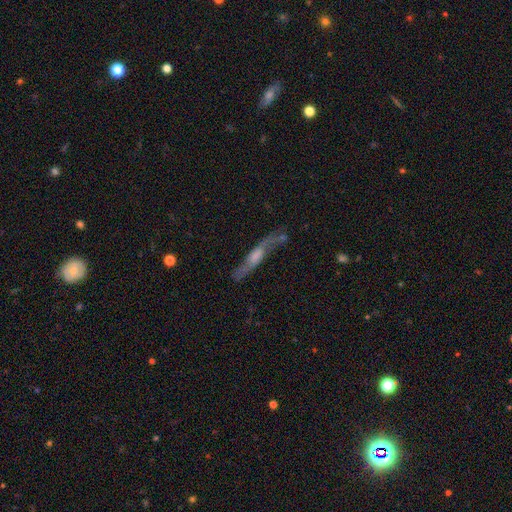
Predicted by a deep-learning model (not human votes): A featured or disk galaxy (72%) viewed edge-on (62%).

Vote fractions:
- Smooth or featured? featured or disk: 72% / smooth: 20% / star or artifact: 8%
- Edge-on disk? yes: 62% / no: 38%
- Merging? none: 63% / minor disturbance: 20% / major disturbance: 11% / merger: 6%